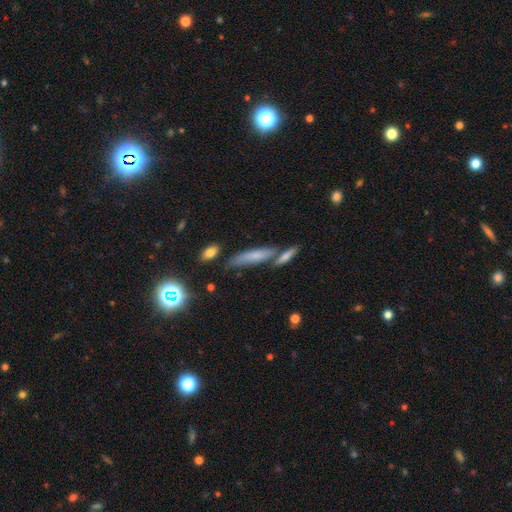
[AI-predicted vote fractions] The model was most divided on "merging": none: 52%, merger: 27%, minor disturbance: 16%, major disturbance: 5%. More confident: how rounded — cigar-shaped (73%); smooth or featured — smooth (63%).